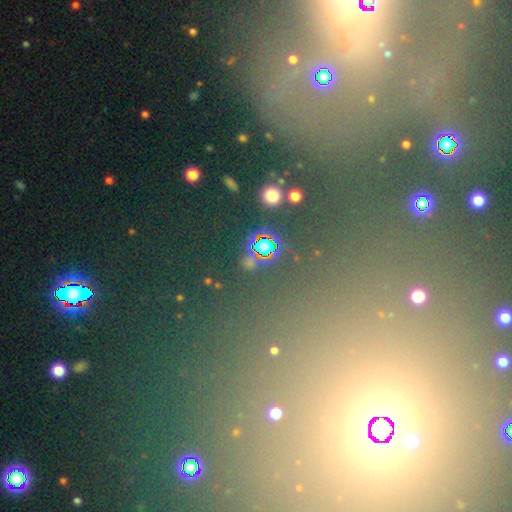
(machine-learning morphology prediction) Smooth or featured? star or artifact (66%)